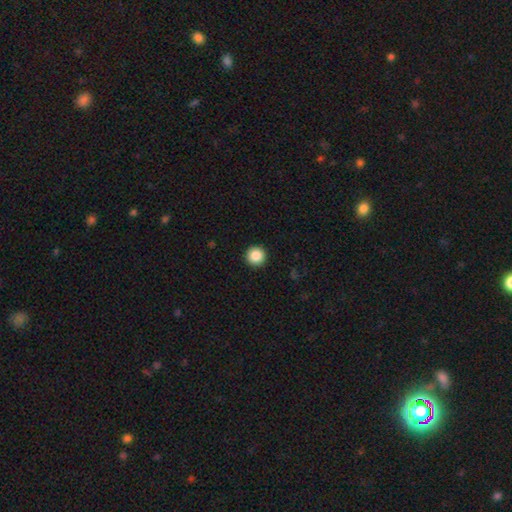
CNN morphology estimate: Smooth or featured? Predicted: smooth (p=0.87). How rounded? Predicted: round (p=0.96). Merging? Predicted: none (p=0.93).